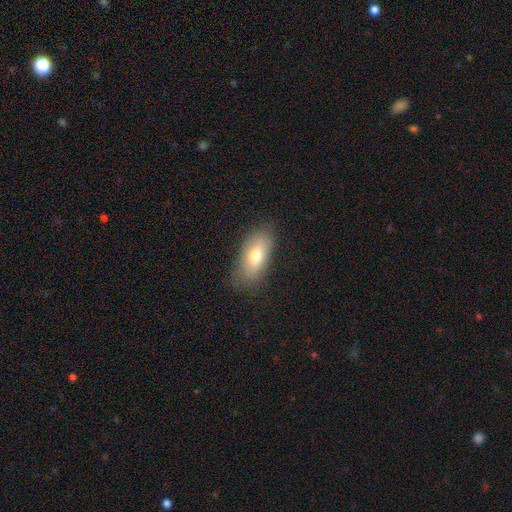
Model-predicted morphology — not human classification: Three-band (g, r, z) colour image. It shows a smooth galaxy with no disk features (69%) that is in between round and cigar-shaped (85%). Merging: none (78%).